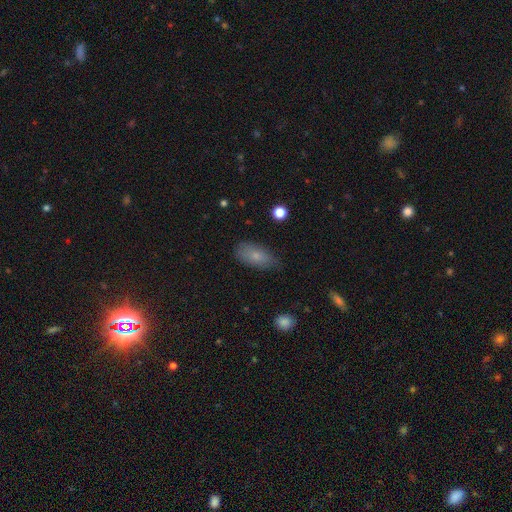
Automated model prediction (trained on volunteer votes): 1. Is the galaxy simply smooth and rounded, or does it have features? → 75% smooth, 16% featured or disk, 8% star or artifact.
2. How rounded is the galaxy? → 90% in between, 6% cigar-shaped, 5% round.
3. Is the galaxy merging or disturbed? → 67% none, 26% minor disturbance, 5% major disturbance, 1% merger.